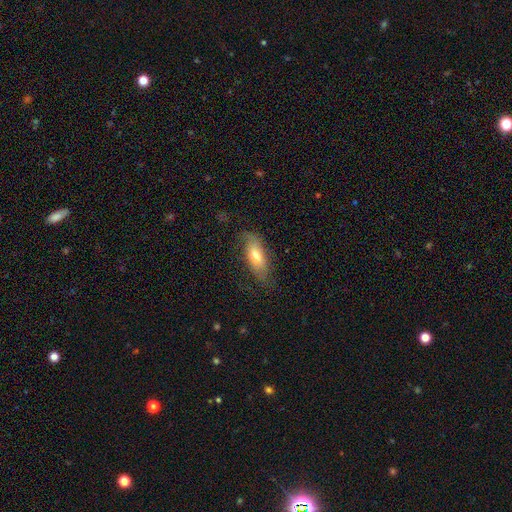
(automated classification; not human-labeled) smooth_or_featured: smooth (p=0.67) [alt: featured or disk p=0.26]
how_rounded: in between (p=0.72) [alt: cigar-shaped p=0.25]
merging: none (p=0.68) [alt: minor disturbance p=0.23]